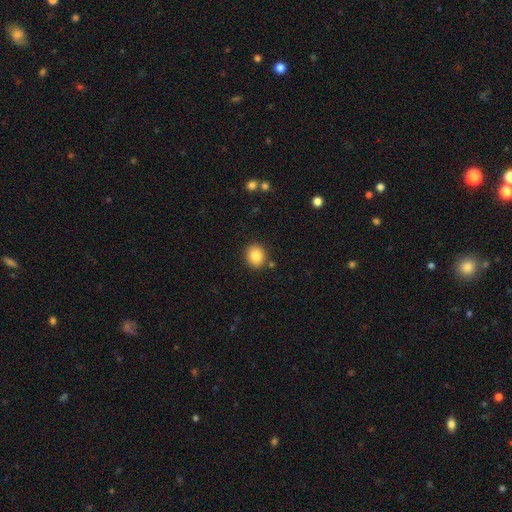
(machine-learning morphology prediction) Smooth or featured: smooth — 84% (star or artifact — 9%)
How rounded: round — 78% (in between — 22%)
Merging: none — 86% (minor disturbance — 8%)